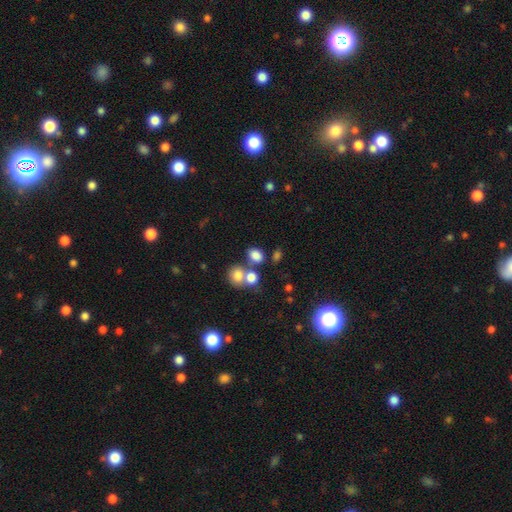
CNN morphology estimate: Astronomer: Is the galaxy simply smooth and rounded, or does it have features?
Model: smooth — 79%.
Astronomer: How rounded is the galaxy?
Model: in between — 62%.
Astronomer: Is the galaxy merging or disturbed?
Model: none — 52% (runner-up: merger, 32%).